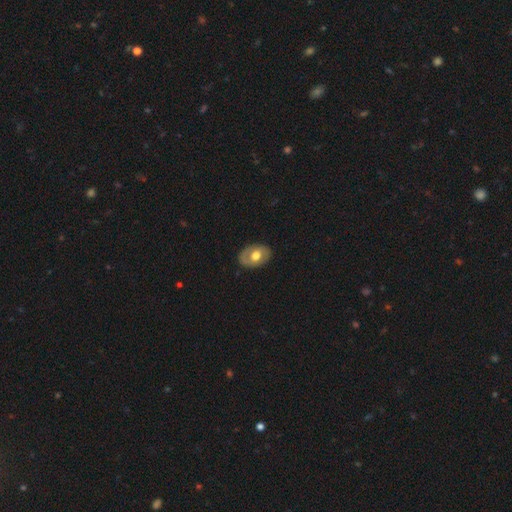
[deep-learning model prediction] smooth-or-featured: smooth: 50% | featured or disk: 45% | star or artifact: 6%
  merging: none: 83% | minor disturbance: 12% | major disturbance: 3% | merger: 1%